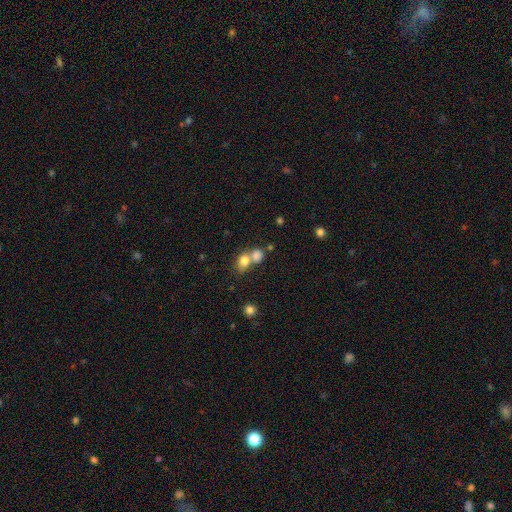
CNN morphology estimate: Q: Smooth or featured?
A: smooth (79%); runner-up: star or artifact (11%)
Q: How rounded?
A: round (57%); runner-up: in between (41%)
Q: Merging?
A: merger (57%); runner-up: none (32%)